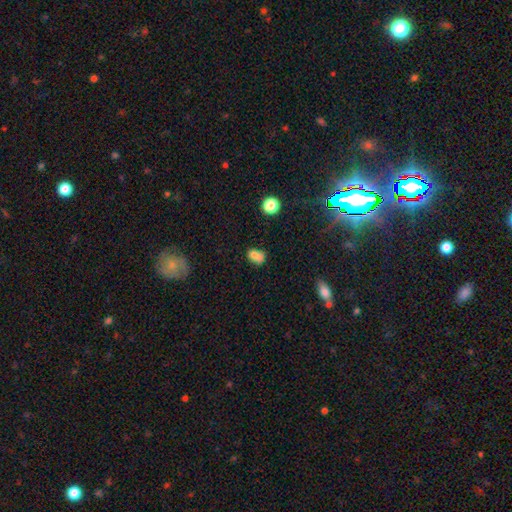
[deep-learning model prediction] Smooth or featured?
  - smooth: 74% *
  - star or artifact: 13%
  - featured or disk: 13%
How rounded?
  - in between: 64% *
  - round: 34%
  - cigar-shaped: 2%
Merging?
  - none: 37% *
  - merger: 35%
  - minor disturbance: 19%
  - major disturbance: 9%